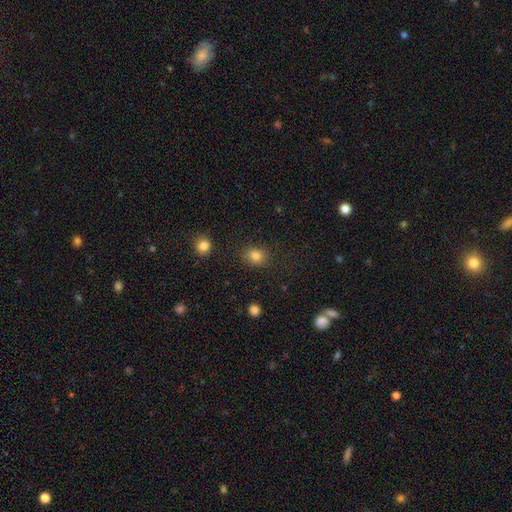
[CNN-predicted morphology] Smooth or featured: smooth — 83% (star or artifact — 12%)
How rounded: round — 61% (in between — 38%)
Merging: none — 85% (minor disturbance — 10%)